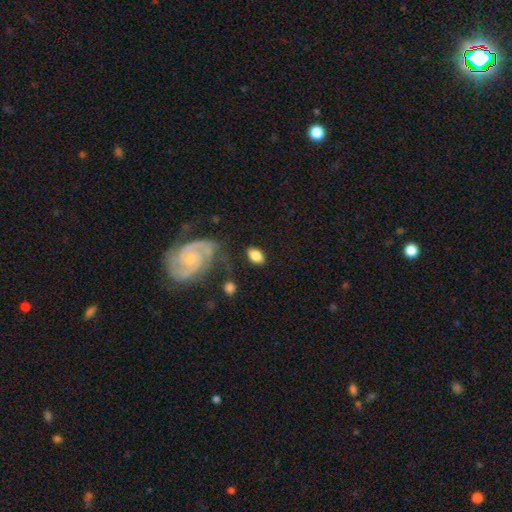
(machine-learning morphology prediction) A smooth galaxy with no disk features (72%) that is in between round and cigar-shaped (90%).

Vote fractions:
- Smooth or featured? smooth: 72% / featured or disk: 21% / star or artifact: 7%
- How rounded? in between: 90% / round: 8% / cigar-shaped: 2%
- Merging? none: 74% / minor disturbance: 16% / major disturbance: 6% / merger: 5%